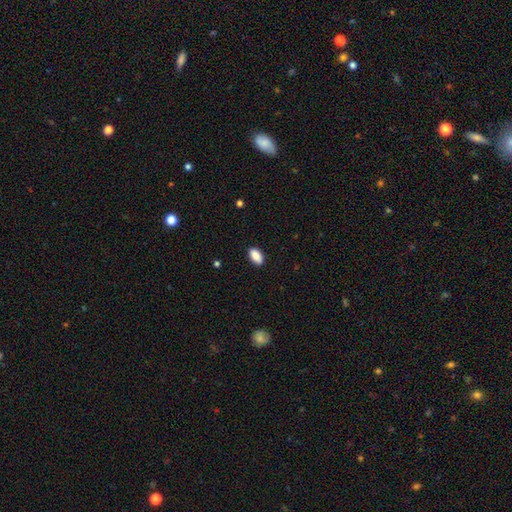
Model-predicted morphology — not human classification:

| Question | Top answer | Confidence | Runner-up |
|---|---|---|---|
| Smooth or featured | smooth | 89% | star or artifact (7%) |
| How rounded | in between | 93% | round (4%) |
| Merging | none | 87% | minor disturbance (10%) |